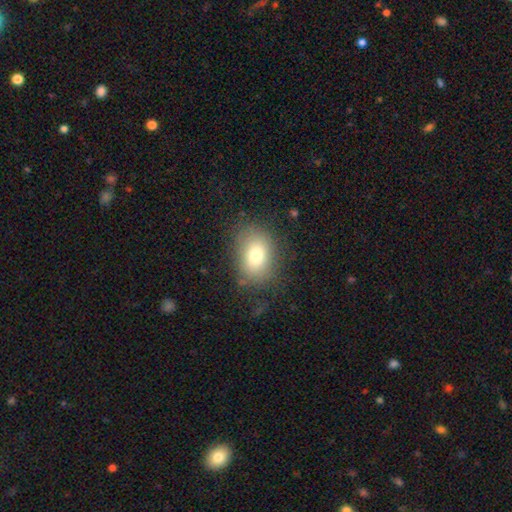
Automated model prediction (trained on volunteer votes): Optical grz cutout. It shows a smooth galaxy with no disk features (76%) that is in between round and cigar-shaped (72%). Merging: none (79%).